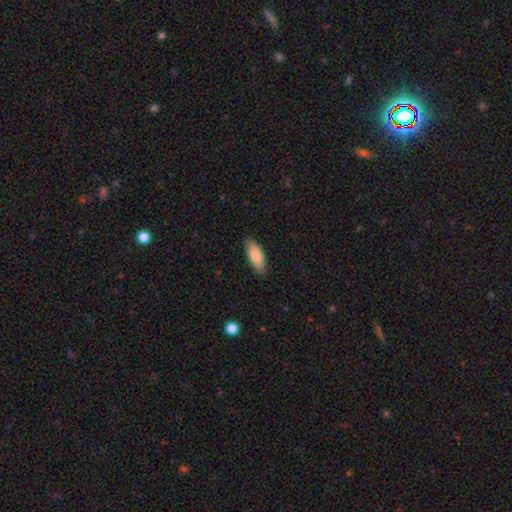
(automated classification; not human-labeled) Morphology: type=smooth (84%); roundness=in between (73%); merging=none (86%).